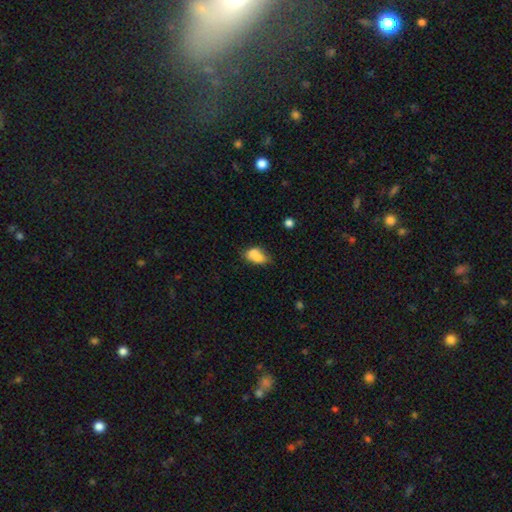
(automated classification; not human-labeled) smooth_or_featured: smooth (p=0.71) [alt: featured or disk p=0.20]
how_rounded: in between (p=0.81) [alt: round p=0.15]
merging: merger (p=0.45) [alt: none p=0.32]